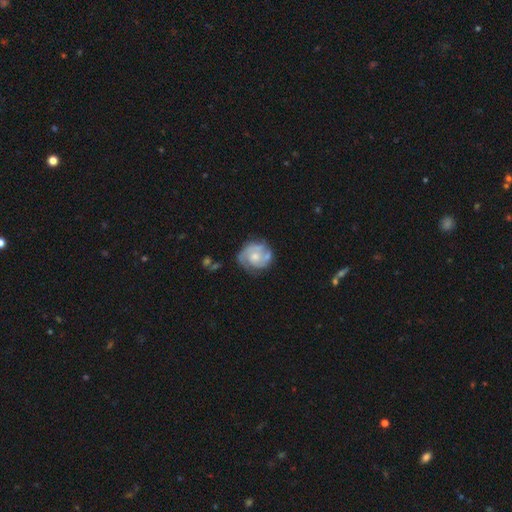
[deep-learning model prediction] featured or disk 75%, smooth 20%, star or artifact 5%. Down the decision tree: edge-on disk — no (98%); bar — no (74%); spiral arms — yes (88%); spiral arm count — 2 (48%); spiral winding — tight (54%); bulge size — moderate (51%); merging — none (62%).